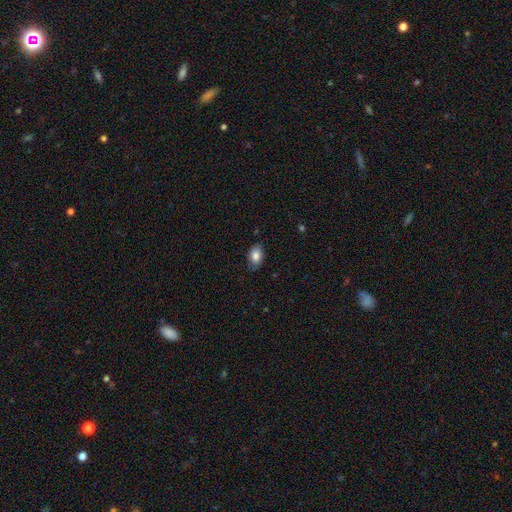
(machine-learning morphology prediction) The model was most divided on "merging": none: 80%, minor disturbance: 16%, major disturbance: 3%, merger: 1%. More confident: how rounded — in between (88%); smooth or featured — smooth (84%).